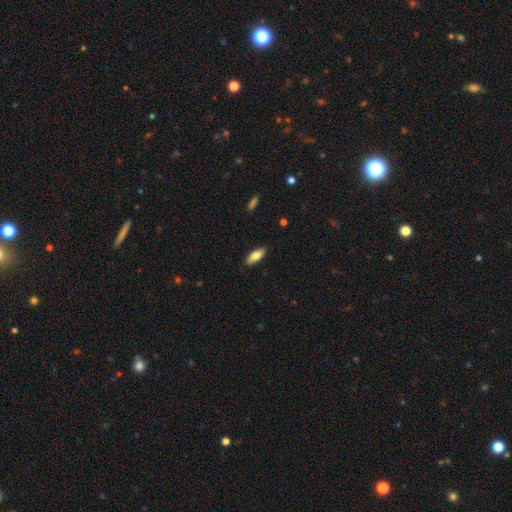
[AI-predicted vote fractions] This appears to be a smooth galaxy with no disk features (79%) that is in between round and cigar-shaped (75%). Merging: none (87%).